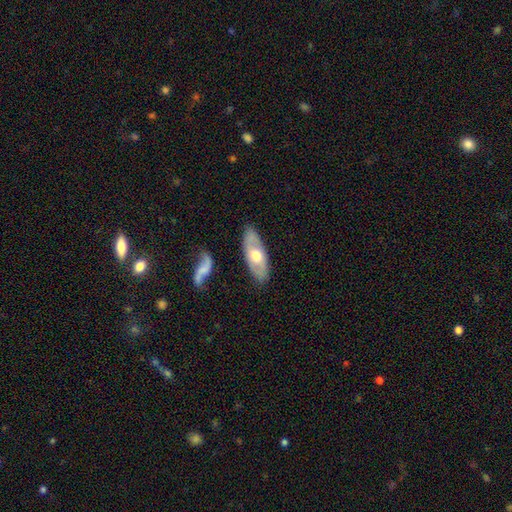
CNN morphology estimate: Smooth or featured? Predicted: featured or disk (p=0.50). Edge-on disk? Predicted: no (p=0.73). Merging? Predicted: none (p=0.83).